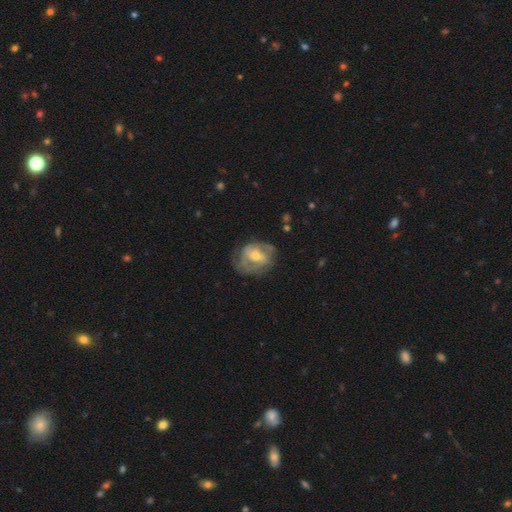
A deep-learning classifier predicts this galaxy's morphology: featured or disk 67%, smooth 27%, star or artifact 6%. Down the decision tree: edge-on disk — no (97%); bar — no (49%); spiral arms — yes (74%); bulge size — moderate (56%); merging — none (54%).